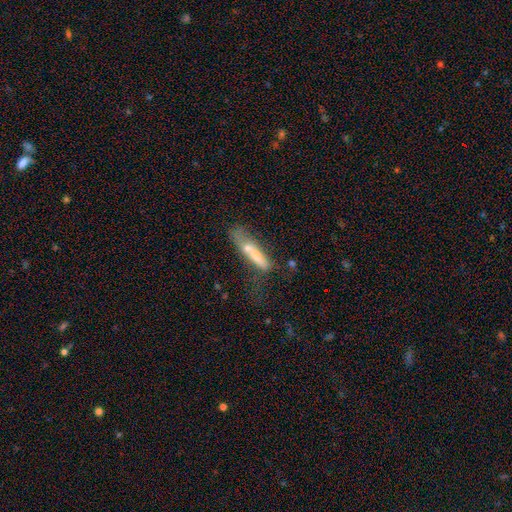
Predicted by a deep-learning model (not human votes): A smooth galaxy with no disk features (56%) that is cigar-shaped (81%).

Vote fractions:
- Smooth or featured? smooth: 56% / featured or disk: 35% / star or artifact: 9%
- How rounded? cigar-shaped: 81% / in between: 17% / round: 2%
- Merging? none: 37% / minor disturbance: 23% / major disturbance: 21% / merger: 19%